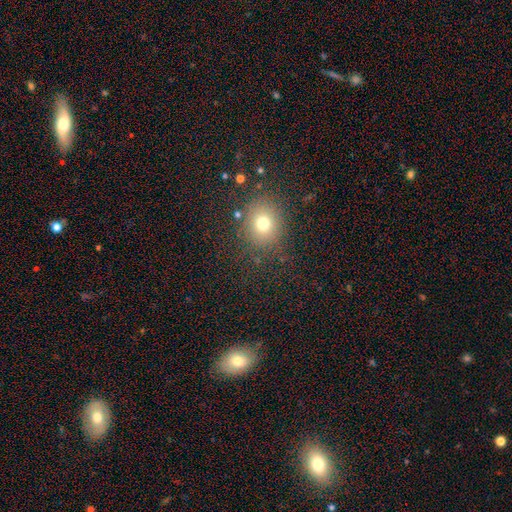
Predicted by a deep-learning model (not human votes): Q: Smooth or featured?
A: smooth (59%); runner-up: star or artifact (32%)
Q: How rounded?
A: round (76%); runner-up: in between (22%)
Q: Merging?
A: none (86%); runner-up: minor disturbance (9%)